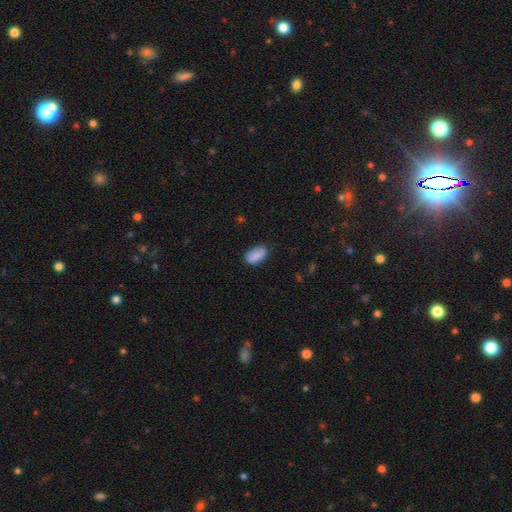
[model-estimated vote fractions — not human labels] Overall: smooth (88%). How rounded: in between (93%). Merging: none (77%).